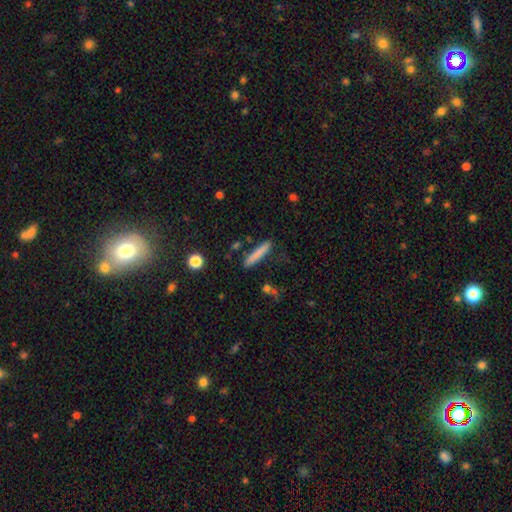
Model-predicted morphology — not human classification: Smooth or featured?
  - smooth: 78% *
  - featured or disk: 15%
  - star or artifact: 7%
How rounded?
  - cigar-shaped: 91% *
  - in between: 7%
  - round: 2%
Merging?
  - none: 83% *
  - minor disturbance: 10%
  - merger: 4%
  - major disturbance: 3%